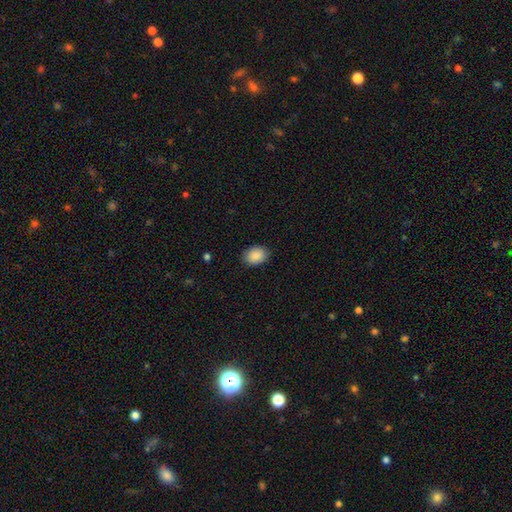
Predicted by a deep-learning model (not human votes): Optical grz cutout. It shows a smooth galaxy with no disk features (89%) that is in between round and cigar-shaped (74%). Merging: none (87%).